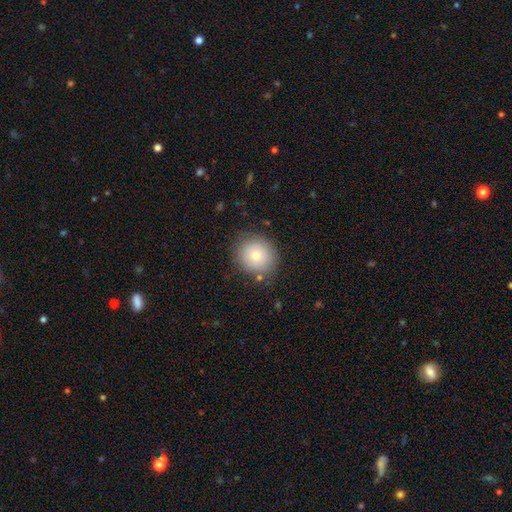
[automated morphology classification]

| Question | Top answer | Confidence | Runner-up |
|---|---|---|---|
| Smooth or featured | smooth | 76% | featured or disk (14%) |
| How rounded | round | 89% | in between (10%) |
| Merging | none | 83% | minor disturbance (11%) |